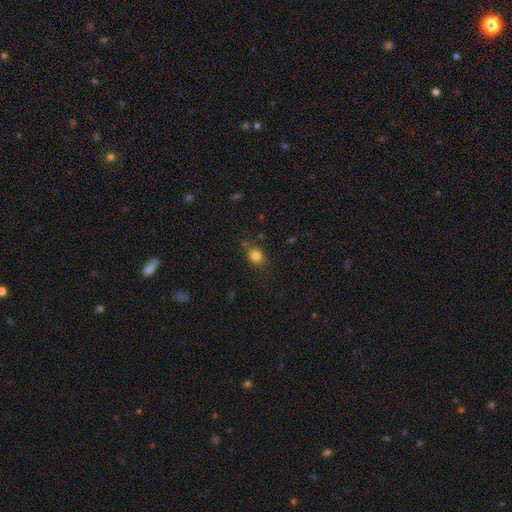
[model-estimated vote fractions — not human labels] A smooth galaxy with no disk features (81%) that is round (50%). Merging: none (76%).